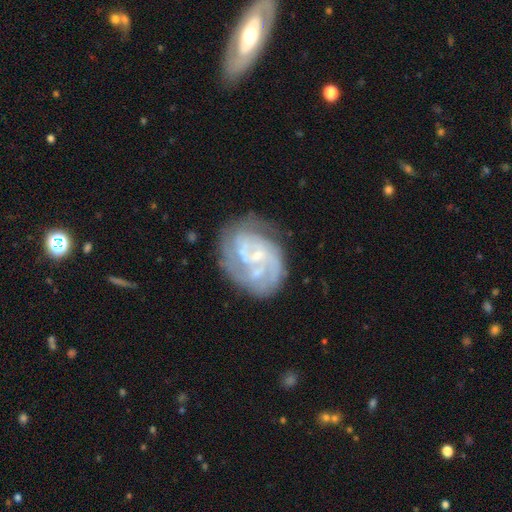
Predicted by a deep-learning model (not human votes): featured or disk 83%, smooth 10%, star or artifact 6%. Down the decision tree: edge-on disk — no (98%); bar — no (48%); spiral arms — yes (92%); spiral arm count — 2 (36%); spiral winding — tight (54%); bulge size — small (73%); merging — none (63%).